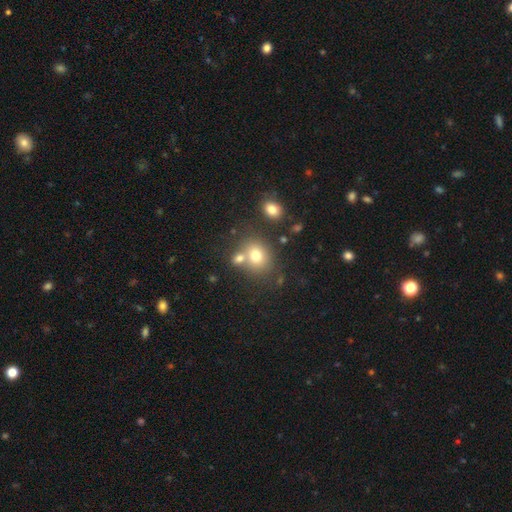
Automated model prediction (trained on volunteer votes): This is likely a smooth galaxy (74%). How rounded: likely round (63%). Merging: possibly none (55%).